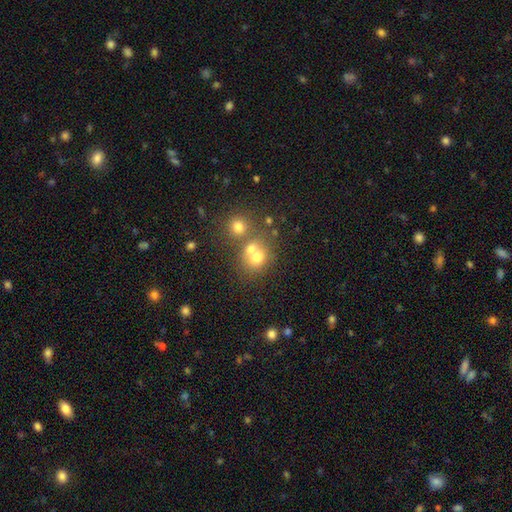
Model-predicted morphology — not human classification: Smooth or featured? smooth (64%)
How rounded? round (74%)
Merging? merger (49%)